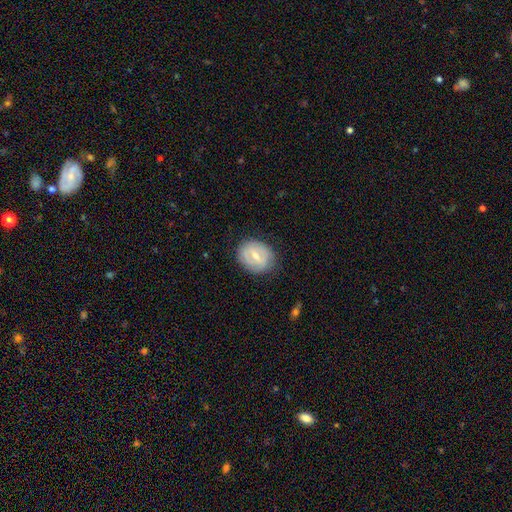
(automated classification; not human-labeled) smooth-or-featured: featured or disk: 54% | smooth: 39% | star or artifact: 7%
  disk-edge-on: no: 95% | yes: 5%
    bar: weak: 50% | strong: 32% | no: 19%
    has-spiral-arms: no: 58% | yes: 42%
    bulge-size: small: 48% | moderate: 47% | none: 2% | large: 2% | dominant: 1%
  merging: none: 79% | minor disturbance: 15% | major disturbance: 5% | merger: 1%